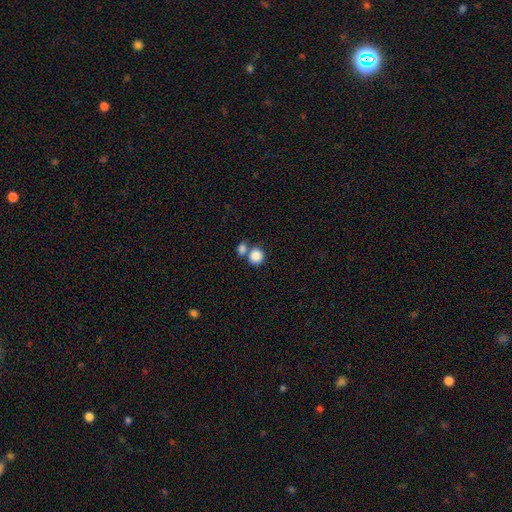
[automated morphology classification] Smooth or featured? smooth (86%)
How rounded? round (83%)
Merging? none (51%)